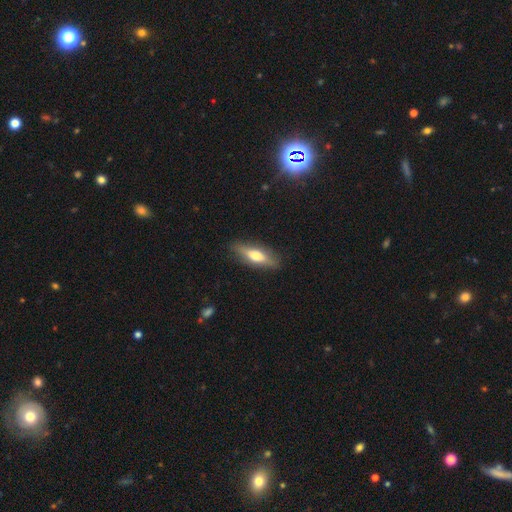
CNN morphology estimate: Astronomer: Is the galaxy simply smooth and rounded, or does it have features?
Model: smooth — 56% (runner-up: featured or disk, 38%).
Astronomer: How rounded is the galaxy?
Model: cigar-shaped — 55% (runner-up: in between, 42%).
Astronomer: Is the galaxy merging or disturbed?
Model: none — 85%.